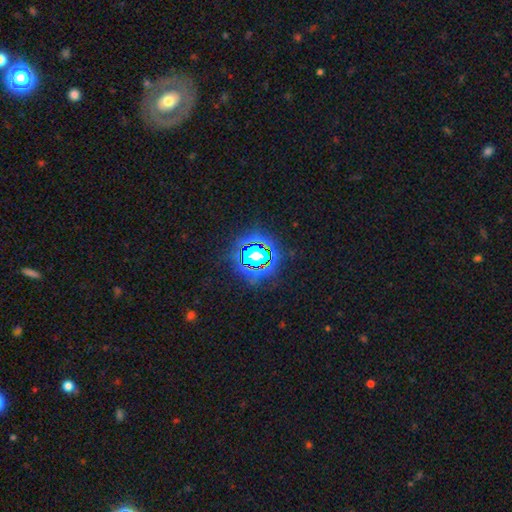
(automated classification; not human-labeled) This is likely a star or artifact rather than a galaxy (70%).